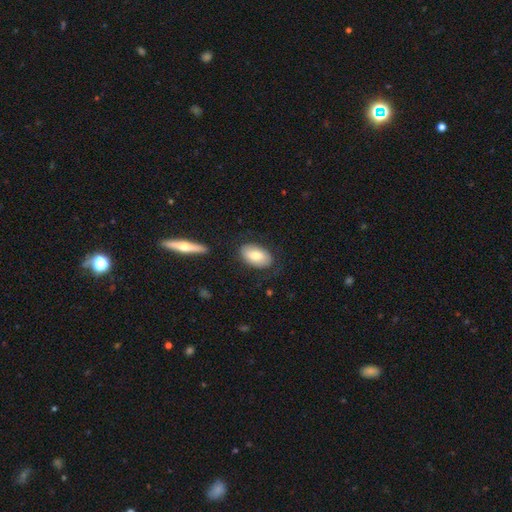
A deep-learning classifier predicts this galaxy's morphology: Smooth or featured? smooth (76%)
How rounded? in between (93%)
Merging? none (77%)